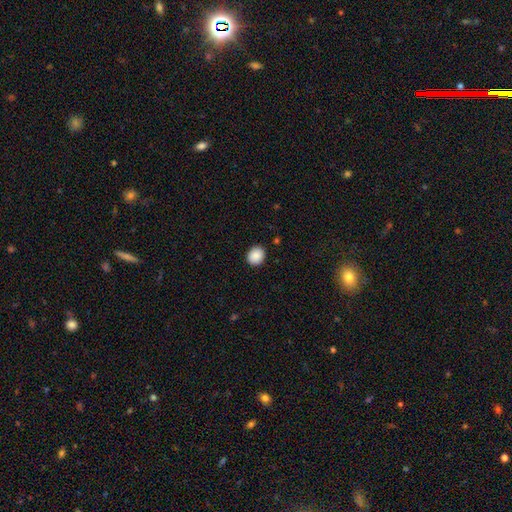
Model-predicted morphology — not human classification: A smooth galaxy with no disk features (89%) that is round (65%).

Vote fractions:
- Smooth or featured? smooth: 89% / star or artifact: 8% / featured or disk: 3%
- How rounded? round: 65% / in between: 34% / cigar-shaped: 1%
- Merging? none: 90% / minor disturbance: 7% / major disturbance: 2% / merger: 1%